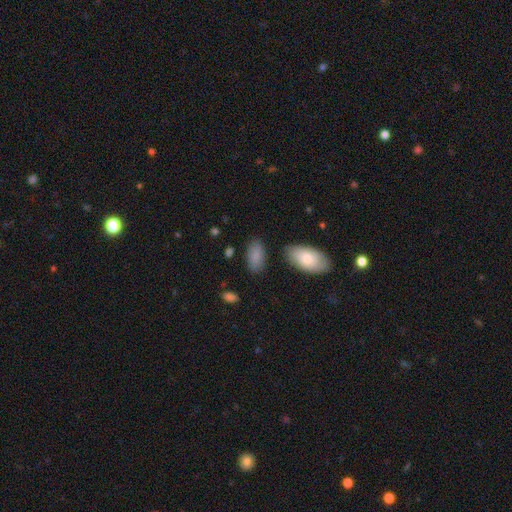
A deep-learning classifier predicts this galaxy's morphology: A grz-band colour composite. It shows a smooth galaxy with no disk features (85%) that is in between round and cigar-shaped (94%). Merging: none (77%).